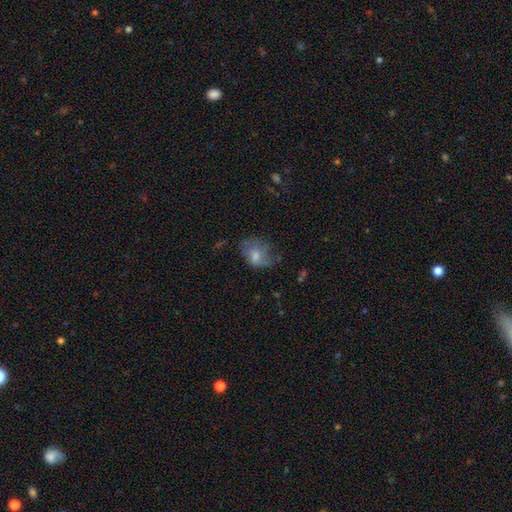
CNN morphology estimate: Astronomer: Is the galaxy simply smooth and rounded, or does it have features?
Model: smooth — 53% (runner-up: featured or disk, 35%).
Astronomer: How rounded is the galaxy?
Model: in between — 56% (runner-up: round, 42%).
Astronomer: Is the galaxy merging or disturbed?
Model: none — 48% (runner-up: minor disturbance, 29%).